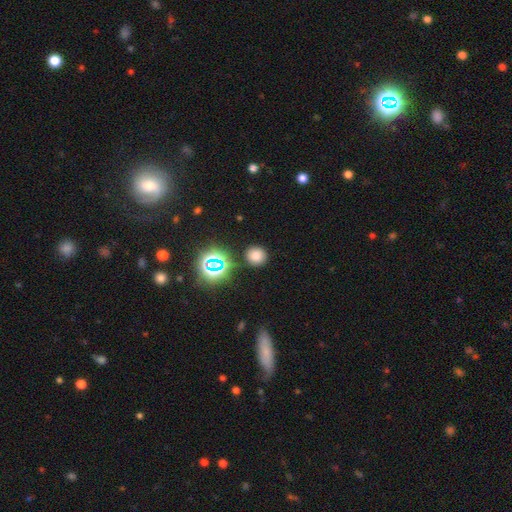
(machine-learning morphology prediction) smooth 72%, star or artifact 22%, featured or disk 6%. Down the decision tree: how rounded — round (90%); merging — none (86%).